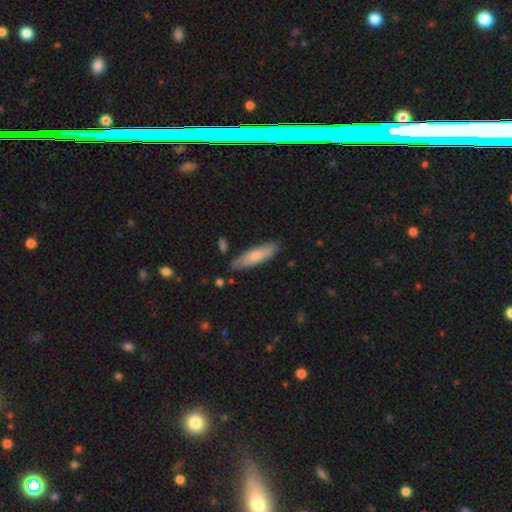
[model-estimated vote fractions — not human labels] smooth 73%, featured or disk 22%, star or artifact 5%. Down the decision tree: how rounded — cigar-shaped (62%); merging — none (81%).